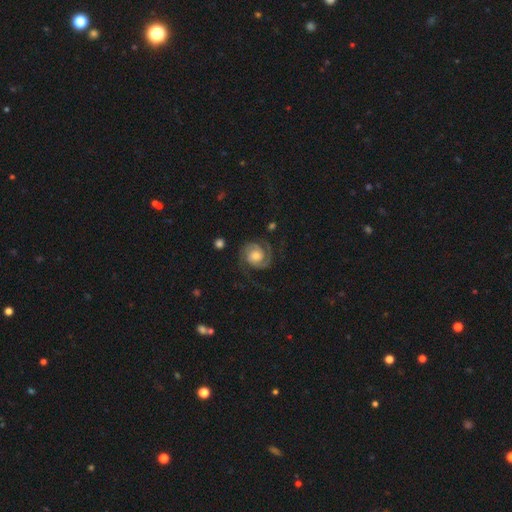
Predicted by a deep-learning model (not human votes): Q: Smooth or featured?
A: featured or disk (86%); runner-up: smooth (8%)
Q: Edge-on disk?
A: no (98%); runner-up: yes (2%)
Q: Bar?
A: no (67%); runner-up: weak (27%)
Q: Spiral arms?
A: yes (98%); runner-up: no (2%)
Q: Spiral winding?
A: tight (52%); runner-up: medium (38%)
Q: Spiral arm count?
A: 2 (87%); runner-up: can't tell (4%)
Q: Bulge size?
A: moderate (52%); runner-up: large (22%)
Q: Merging?
A: none (73%); runner-up: minor disturbance (15%)